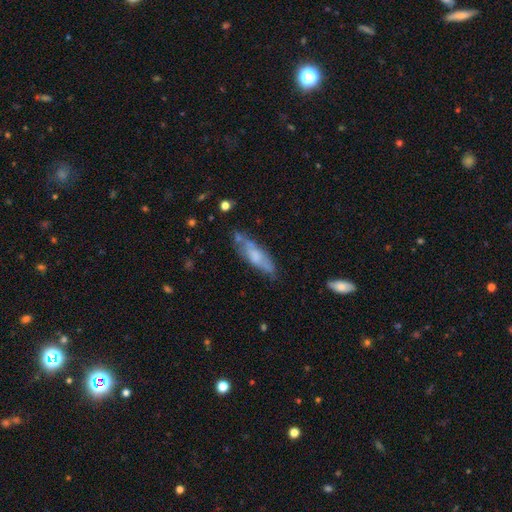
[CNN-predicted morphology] smooth 51%, featured or disk 41%, star or artifact 7%. Down the decision tree: how rounded — cigar-shaped (55%); merging — none (59%).